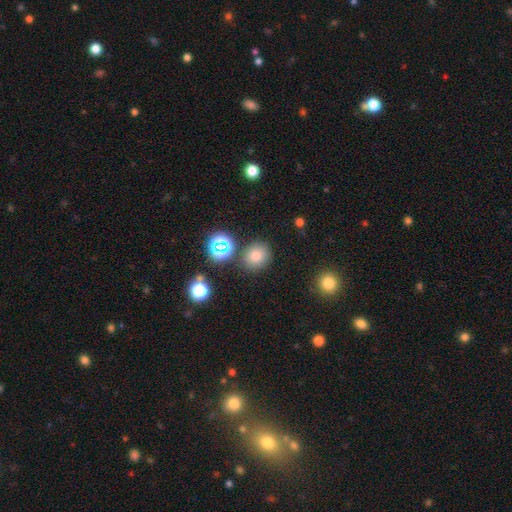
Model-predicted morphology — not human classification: A smooth galaxy with no disk features (74%) that is round (75%).

Vote fractions:
- Smooth or featured? smooth: 74% / star or artifact: 18% / featured or disk: 8%
- How rounded? round: 75% / in between: 24% / cigar-shaped: 1%
- Merging? none: 81% / minor disturbance: 10% / merger: 6% / major disturbance: 3%